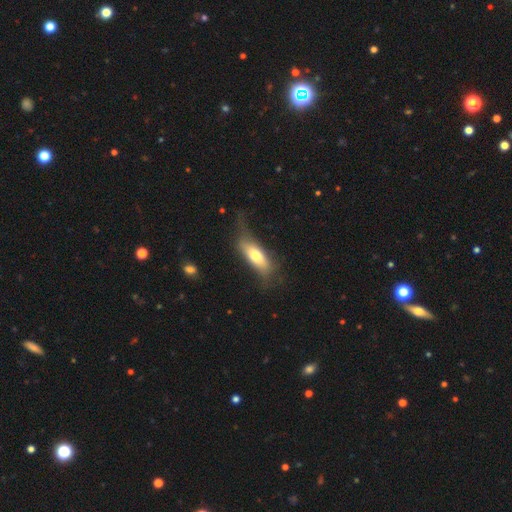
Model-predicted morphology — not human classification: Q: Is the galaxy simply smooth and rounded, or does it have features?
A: smooth — 68%.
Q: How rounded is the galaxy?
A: in between — 65%.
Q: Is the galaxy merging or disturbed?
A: none — 47%.